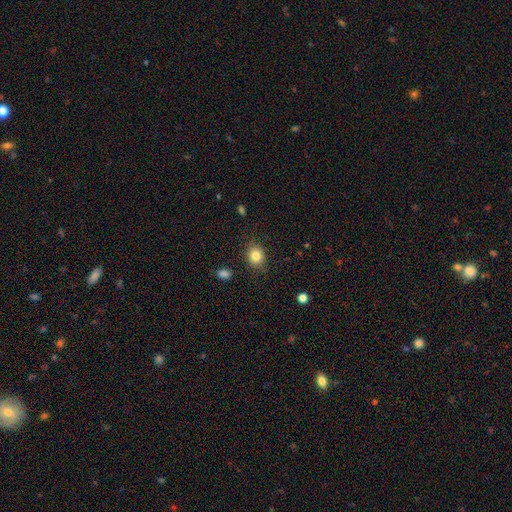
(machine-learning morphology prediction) smooth 84%, star or artifact 10%, featured or disk 6%. Down the decision tree: how rounded — round (57%); merging — none (84%).